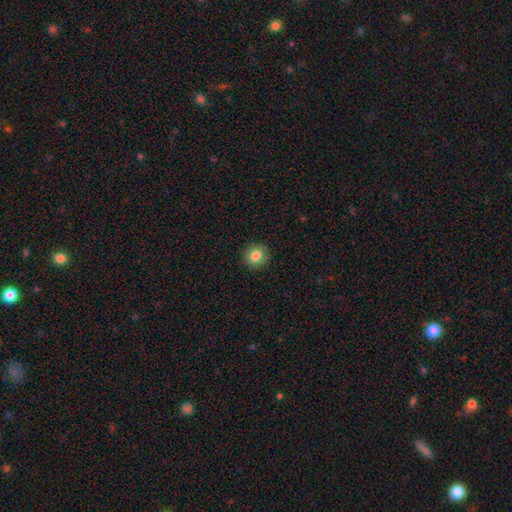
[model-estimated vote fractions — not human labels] This is clearly a smooth galaxy (83%). How rounded: likely round (78%). Merging: clearly none (88%).